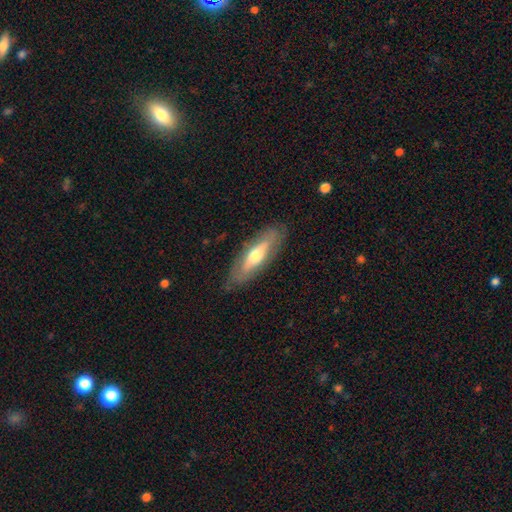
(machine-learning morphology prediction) Smooth or featured? smooth (48%)
Merging? none (82%)